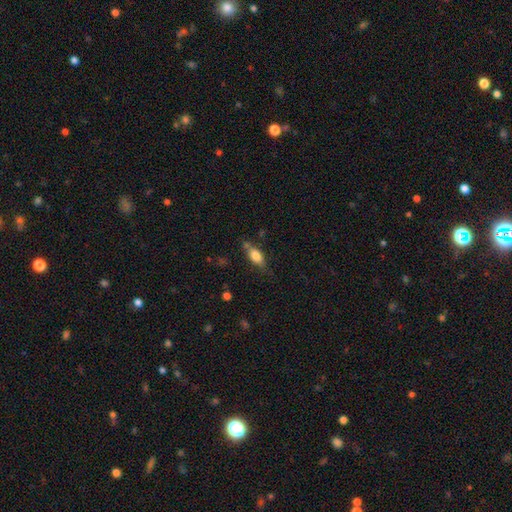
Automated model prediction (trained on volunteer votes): The model was most divided on "merging": none: 63%, minor disturbance: 23%, merger: 7%, major disturbance: 7%. More confident: how rounded — in between (81%); smooth or featured — smooth (77%).